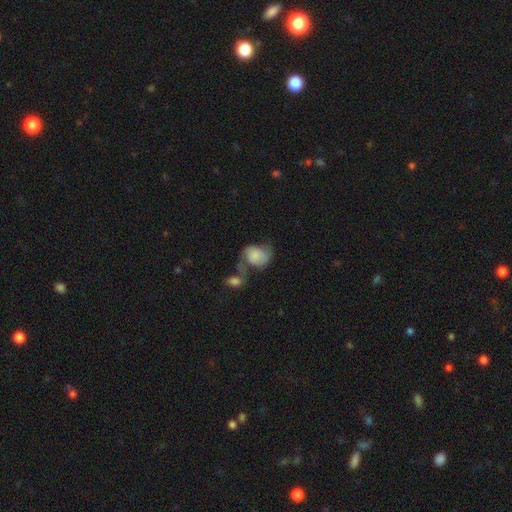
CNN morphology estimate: type=smooth (62%); roundness=in between (62%); merging=merger (40%).